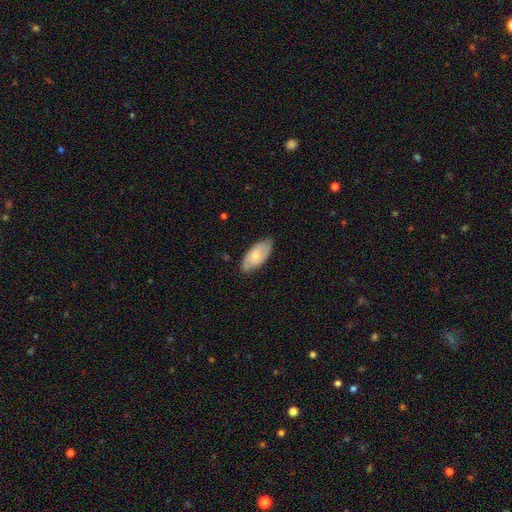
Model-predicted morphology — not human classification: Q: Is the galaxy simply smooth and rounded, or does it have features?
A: smooth — 56%.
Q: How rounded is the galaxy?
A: in between — 92%.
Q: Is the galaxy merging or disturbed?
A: none — 75%.